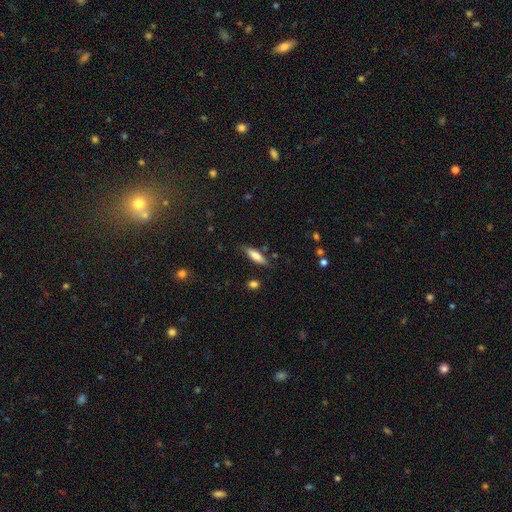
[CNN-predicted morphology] Overall: smooth (74%). How rounded: cigar-shaped (62%; in between 36%). Merging: none (81%).